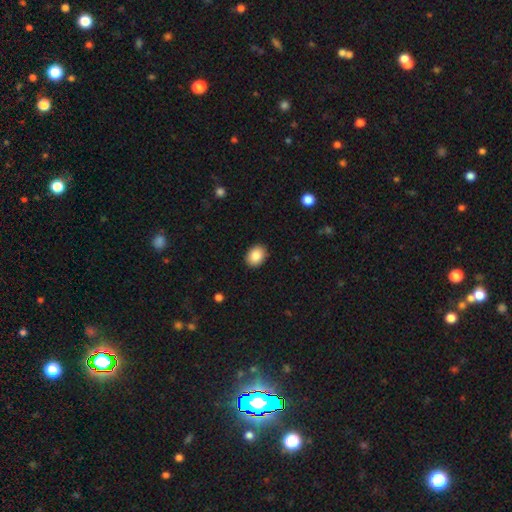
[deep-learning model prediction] smooth 87%, star or artifact 8%, featured or disk 5%. Down the decision tree: how rounded — in between (64%); merging — none (90%).